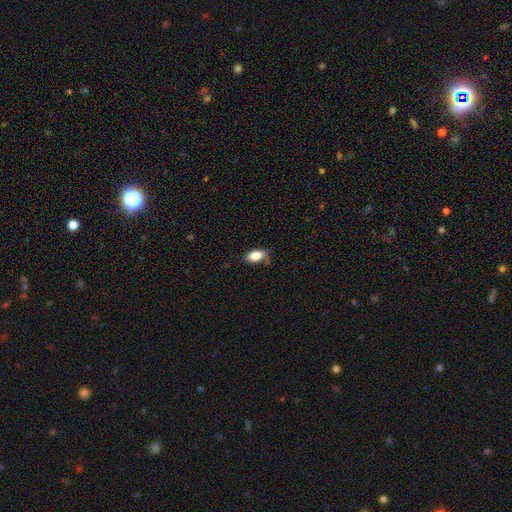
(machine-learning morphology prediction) Overall: smooth (84%). How rounded: in between (91%). Merging: none (68%).